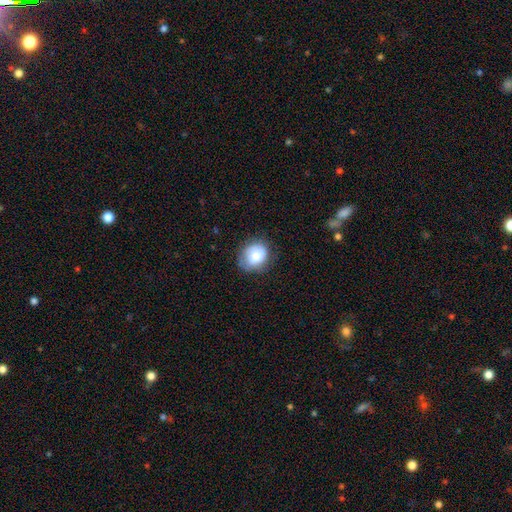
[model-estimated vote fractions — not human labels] Smooth or featured?
  - smooth: 72% *
  - featured or disk: 20%
  - star or artifact: 8%
How rounded?
  - round: 69% *
  - in between: 30%
  - cigar-shaped: 1%
Merging?
  - none: 69% *
  - minor disturbance: 23%
  - major disturbance: 7%
  - merger: 1%